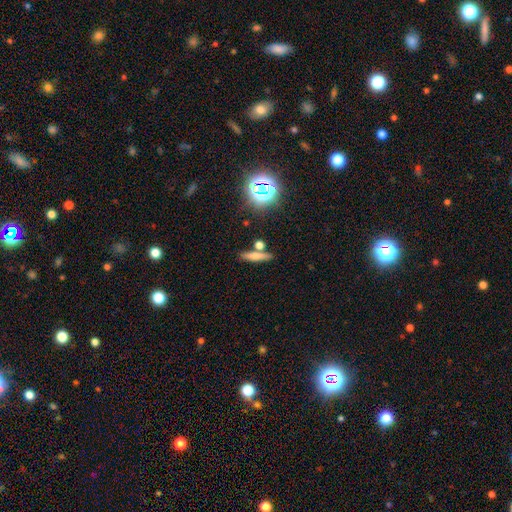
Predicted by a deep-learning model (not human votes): smooth-or-featured: smooth: 61% | featured or disk: 23% | star or artifact: 15%
  how-rounded: cigar-shaped: 76% | in between: 17% | round: 7%
  merging: none: 73% | merger: 15% | minor disturbance: 10% | major disturbance: 3%